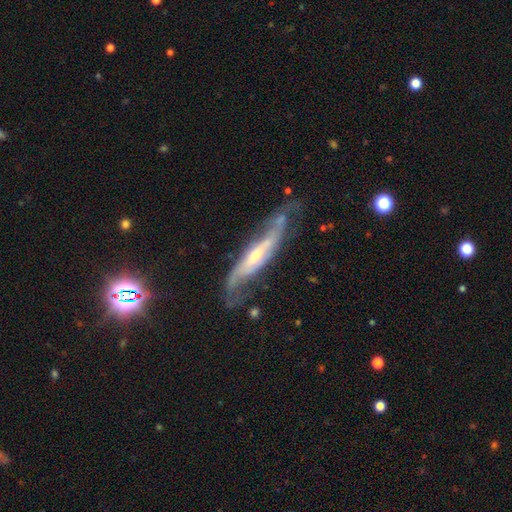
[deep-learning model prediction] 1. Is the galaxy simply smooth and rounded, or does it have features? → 82% featured or disk, 11% smooth, 7% star or artifact.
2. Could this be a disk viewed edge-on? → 64% no, 36% yes.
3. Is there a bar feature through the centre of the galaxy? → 36% no, 34% weak, 30% strong.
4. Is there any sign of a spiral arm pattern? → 92% yes, 8% no.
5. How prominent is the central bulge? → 48% small, 46% moderate, 3% large, 2% none, 1% dominant.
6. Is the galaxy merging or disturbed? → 58% none, 24% minor disturbance, 15% major disturbance, 3% merger.